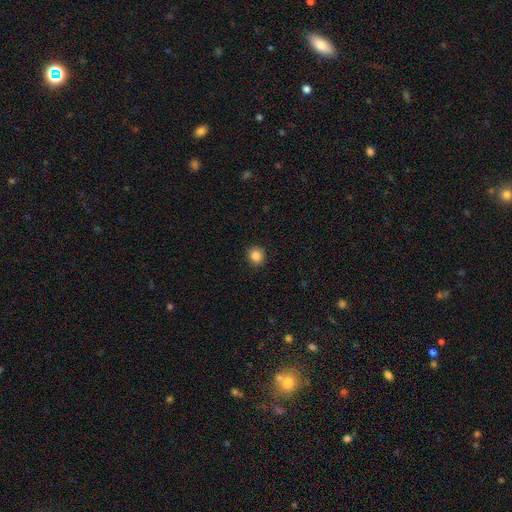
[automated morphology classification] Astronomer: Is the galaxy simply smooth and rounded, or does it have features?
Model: smooth — 86%.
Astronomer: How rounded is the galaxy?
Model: round — 86%.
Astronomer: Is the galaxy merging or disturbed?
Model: none — 90%.